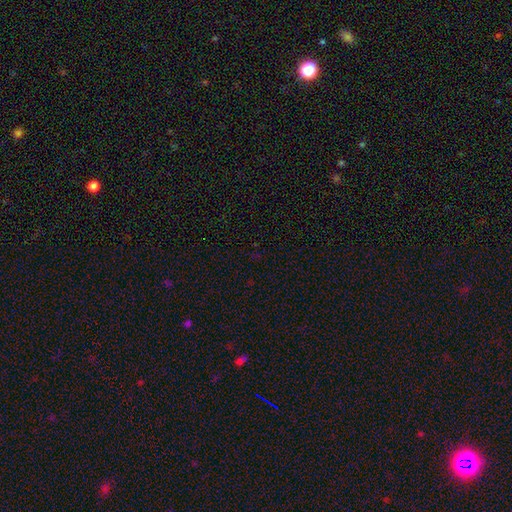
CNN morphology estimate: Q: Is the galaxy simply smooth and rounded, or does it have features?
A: star or artifact — 69%.